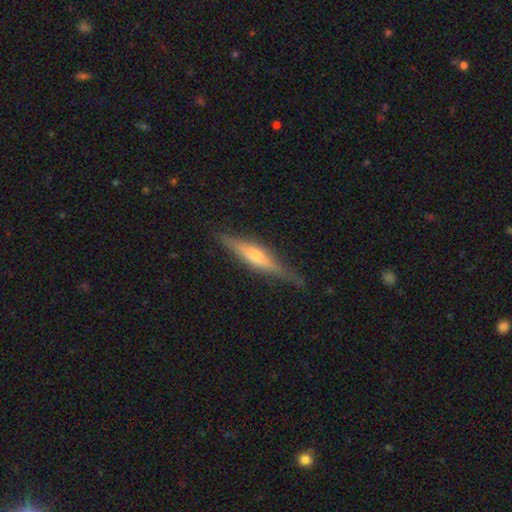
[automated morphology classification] A featured or disk galaxy (64%) viewed edge-on (96%) with a rounded central bulge (75%). Merging: none (83%).